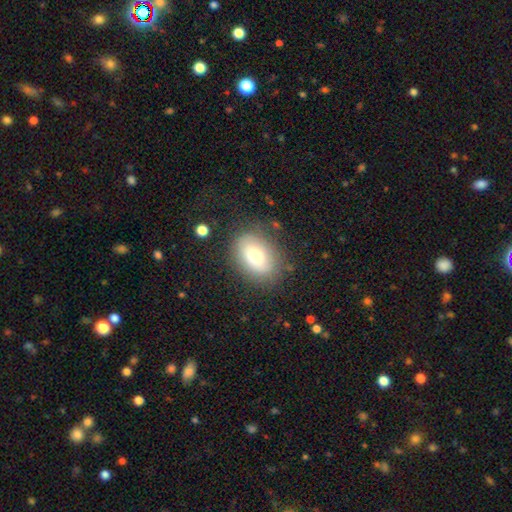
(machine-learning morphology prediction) Overall: smooth (70%). How rounded: in between (74%). Merging: none (79%).